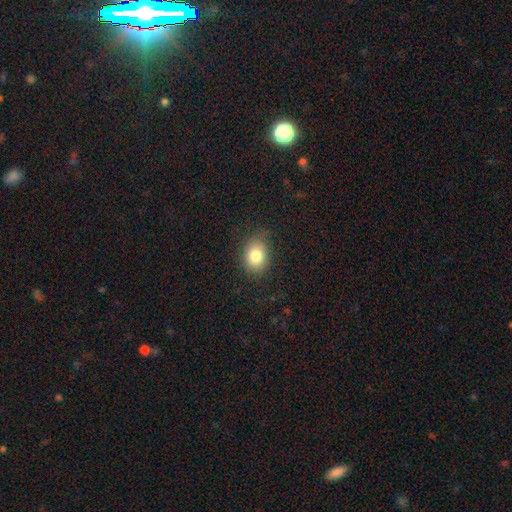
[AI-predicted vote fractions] Smooth or featured: smooth — 82% (star or artifact — 10%)
How rounded: in between — 61% (round — 38%)
Merging: none — 81% (minor disturbance — 14%)